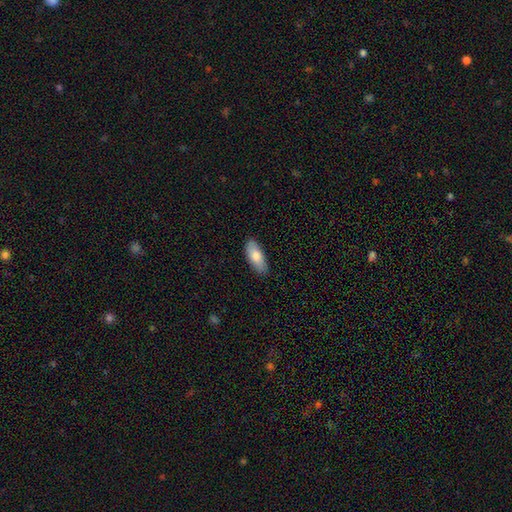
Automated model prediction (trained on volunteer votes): smooth-or-featured: smooth: 79% | featured or disk: 15% | star or artifact: 6%
  how-rounded: in between: 82% | cigar-shaped: 16% | round: 2%
  merging: none: 85% | minor disturbance: 12% | major disturbance: 2% | merger: 1%